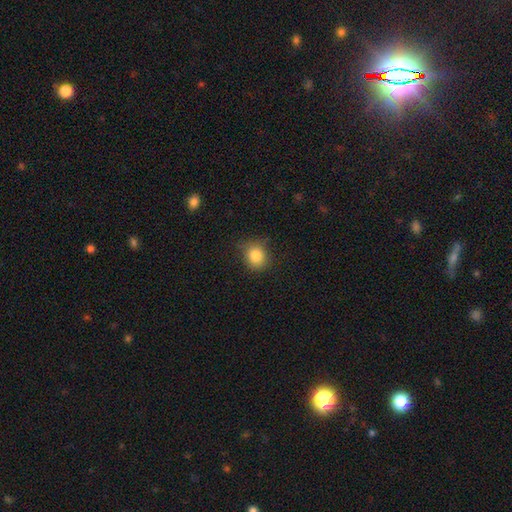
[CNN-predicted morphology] type=smooth (83%); roundness=round (81%); merging=none (76%).